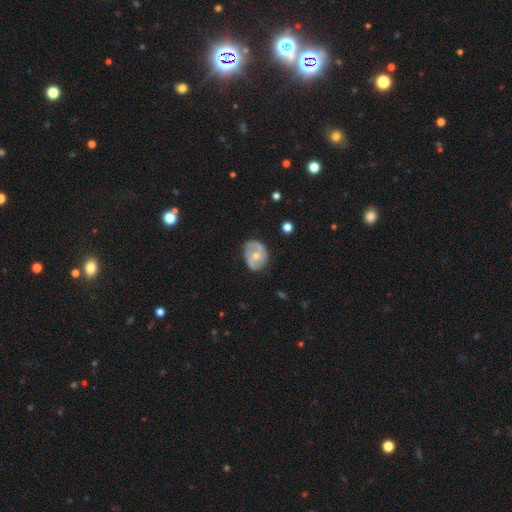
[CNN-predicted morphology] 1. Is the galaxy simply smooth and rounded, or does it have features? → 62% featured or disk, 32% smooth, 7% star or artifact.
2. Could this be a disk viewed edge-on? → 96% no, 4% yes.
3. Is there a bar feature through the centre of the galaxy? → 64% no, 27% weak, 8% strong.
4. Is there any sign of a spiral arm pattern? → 68% yes, 32% no.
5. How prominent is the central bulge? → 60% moderate, 37% small, 2% large, 1% none, 1% dominant.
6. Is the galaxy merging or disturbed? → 65% none, 25% minor disturbance, 8% major disturbance, 2% merger.